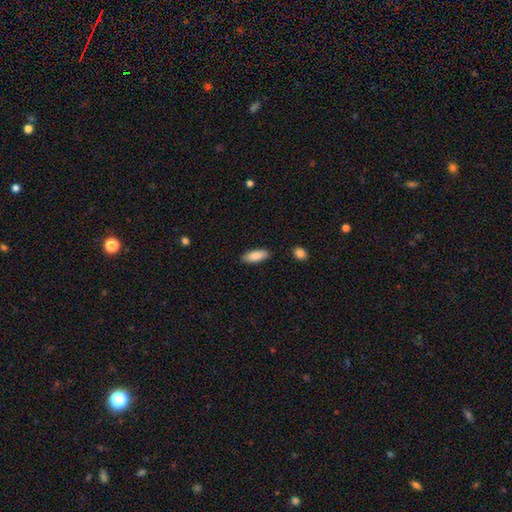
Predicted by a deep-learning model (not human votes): The model was most divided on "how rounded": in between: 74%, cigar-shaped: 25%, round: 2%. More confident: merging — none (87%); smooth or featured — smooth (87%).